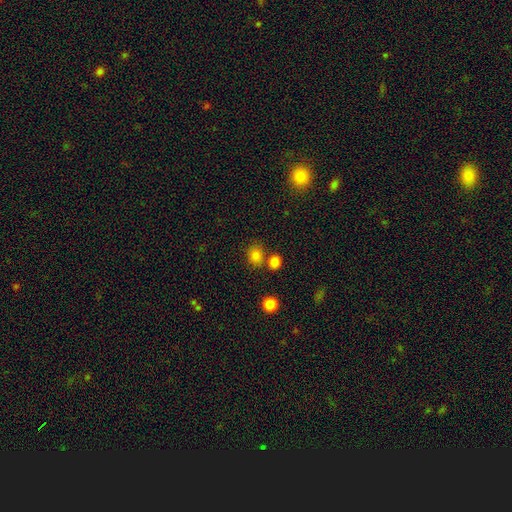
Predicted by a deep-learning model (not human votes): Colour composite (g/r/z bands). It shows a smooth galaxy with no disk features (81%) that is round (64%). Merging: none (68%).